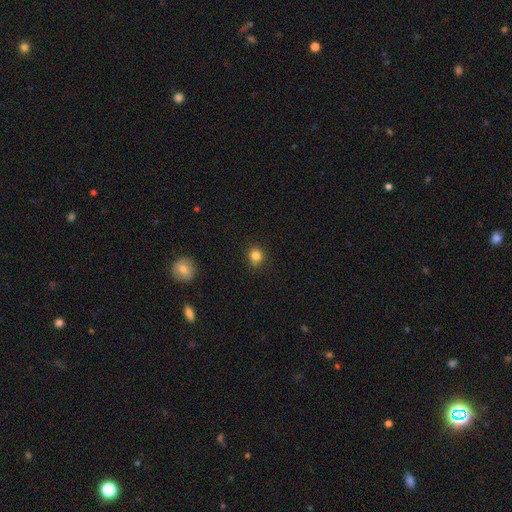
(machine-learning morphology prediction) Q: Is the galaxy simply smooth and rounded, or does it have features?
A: smooth — 83%.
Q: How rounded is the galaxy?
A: round — 88%.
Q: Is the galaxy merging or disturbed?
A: none — 85%.